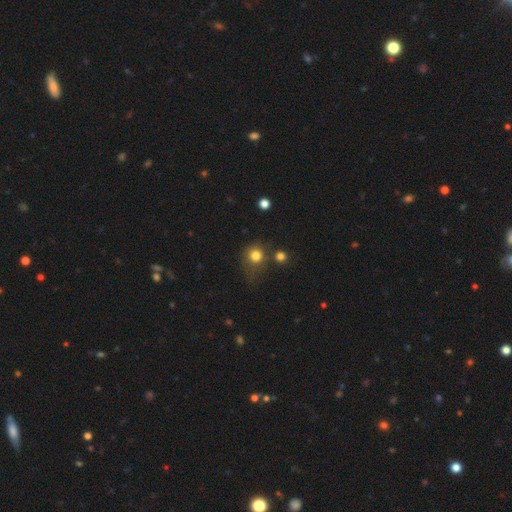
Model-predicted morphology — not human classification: Smooth or featured? smooth (79%)
How rounded? round (85%)
Merging? none (56%)